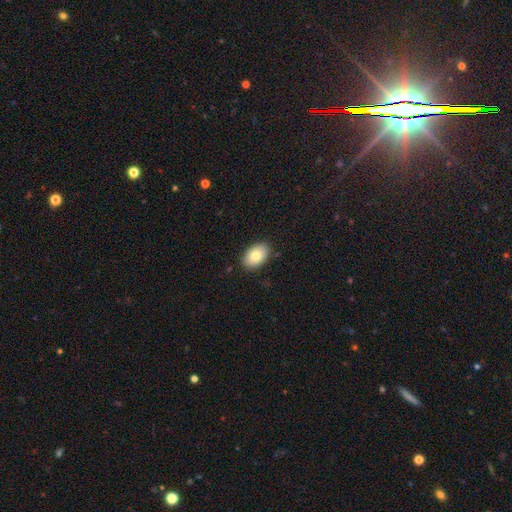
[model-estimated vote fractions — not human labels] Smooth or featured? smooth (80%)
How rounded? in between (90%)
Merging? none (88%)